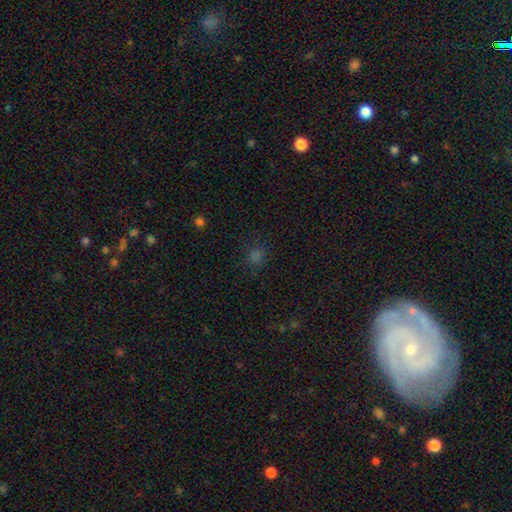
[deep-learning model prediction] The model was most divided on "smooth or featured": smooth: 61%, star or artifact: 33%, featured or disk: 6%. More confident: merging — none (82%); how rounded — round (74%).